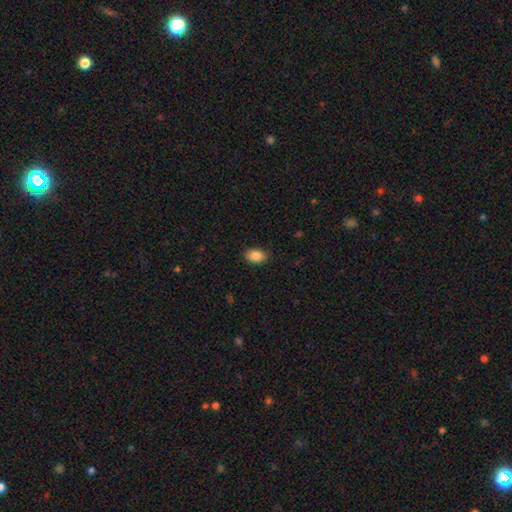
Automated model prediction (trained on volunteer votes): Morphology: type=smooth (87%); roundness=in between (85%); merging=none (87%).